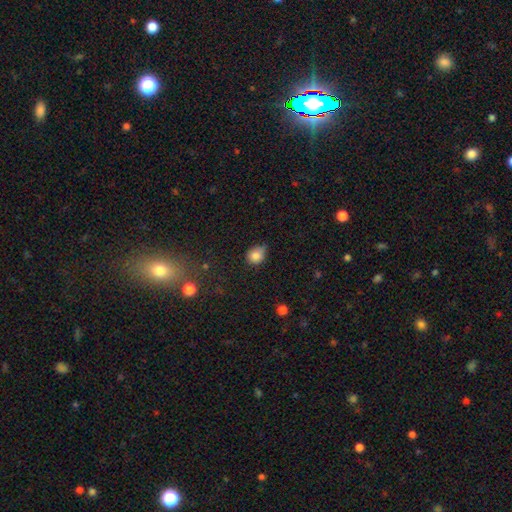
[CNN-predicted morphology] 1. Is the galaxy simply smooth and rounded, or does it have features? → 82% smooth, 11% star or artifact, 7% featured or disk.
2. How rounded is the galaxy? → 68% round, 30% in between, 1% cigar-shaped.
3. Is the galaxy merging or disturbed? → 50% none, 39% minor disturbance, 8% major disturbance, 3% merger.